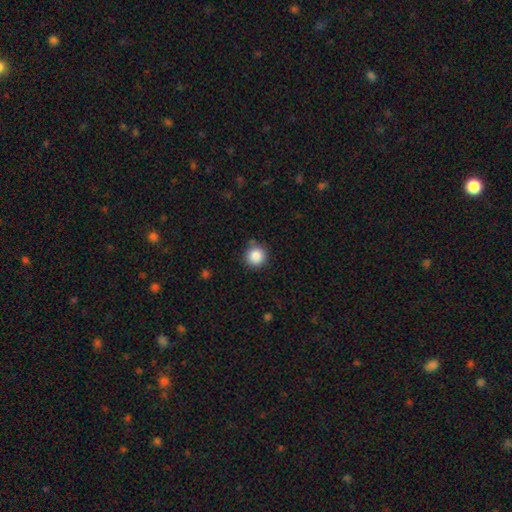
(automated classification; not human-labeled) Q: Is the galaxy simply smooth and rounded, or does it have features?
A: smooth — 87%.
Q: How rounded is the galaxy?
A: round — 94%.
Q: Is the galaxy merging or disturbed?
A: none — 85%.